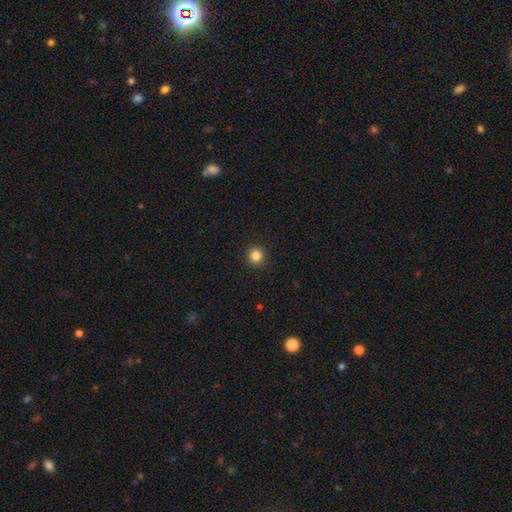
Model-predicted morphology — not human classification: A smooth galaxy with no disk features (84%) that is round (94%).

Vote fractions:
- Smooth or featured? smooth: 84% / star or artifact: 12% / featured or disk: 4%
- How rounded? round: 94% / in between: 5% / cigar-shaped: 1%
- Merging? none: 93% / minor disturbance: 5% / major disturbance: 2% / merger: 1%